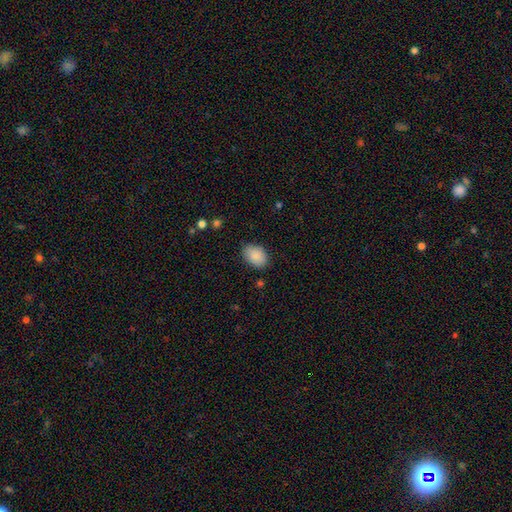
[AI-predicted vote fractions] Smooth or featured: smooth — 88% (star or artifact — 7%)
How rounded: in between — 84% (round — 15%)
Merging: none — 82% (minor disturbance — 14%)